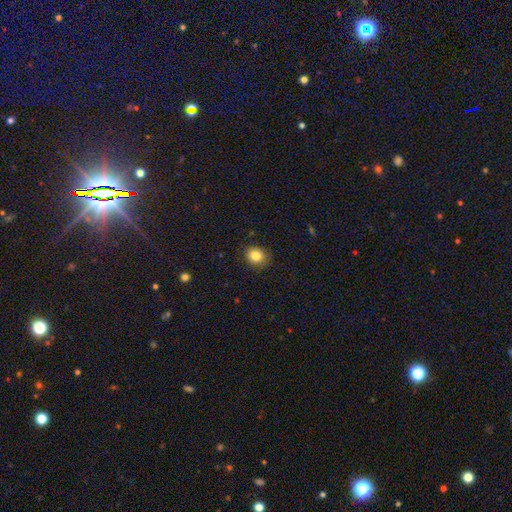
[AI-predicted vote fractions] The model was most divided on "how rounded": round: 64%, in between: 35%, cigar-shaped: 1%. More confident: merging — none (86%); smooth or featured — smooth (83%).